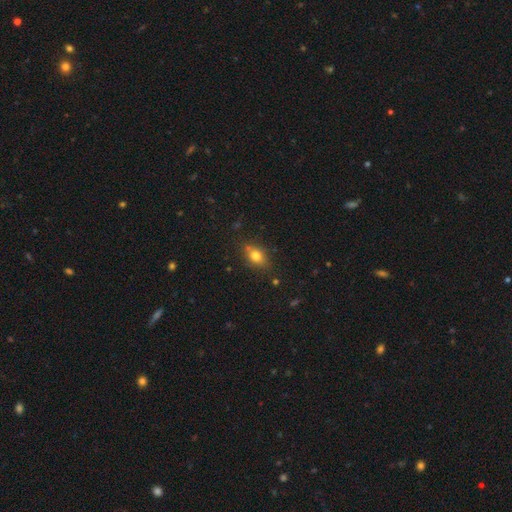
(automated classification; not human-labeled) This is likely a smooth galaxy (74%). How rounded: likely in between (66%). Merging: likely none (75%).